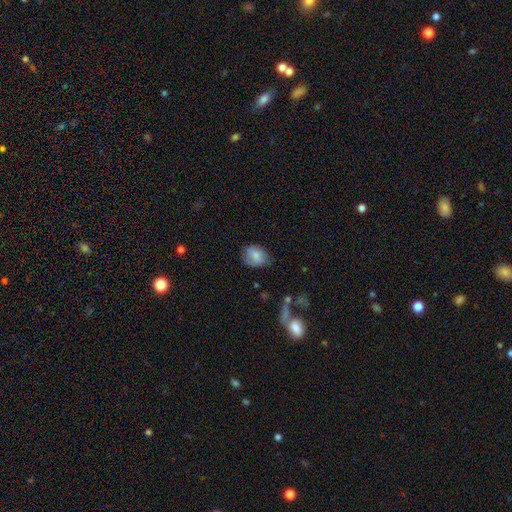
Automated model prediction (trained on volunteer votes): This appears to be a smooth galaxy with no disk features (78%) that is in between round and cigar-shaped (50%). Merging: none (66%).